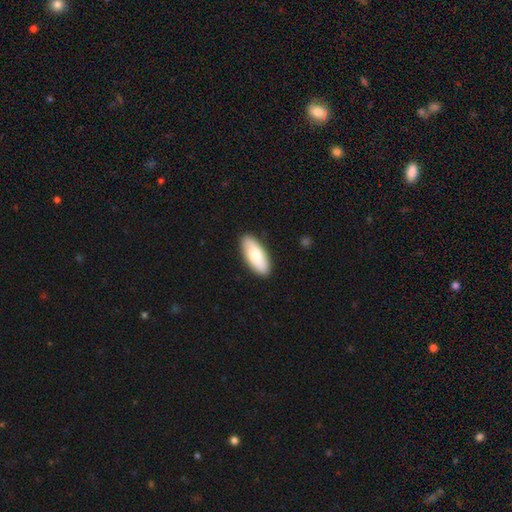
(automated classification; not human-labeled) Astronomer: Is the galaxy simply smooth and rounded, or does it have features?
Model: smooth — 77%.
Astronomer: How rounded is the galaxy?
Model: in between — 79%.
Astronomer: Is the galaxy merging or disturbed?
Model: none — 88%.